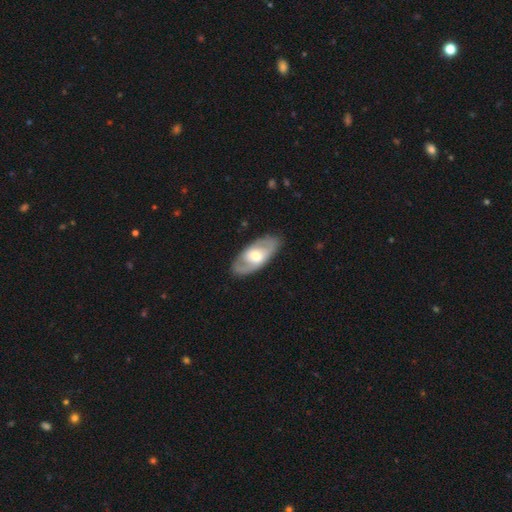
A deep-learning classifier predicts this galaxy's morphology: featured or disk 58%, smooth 37%, star or artifact 5%. Down the decision tree: edge-on disk — no (86%); merging — none (84%).